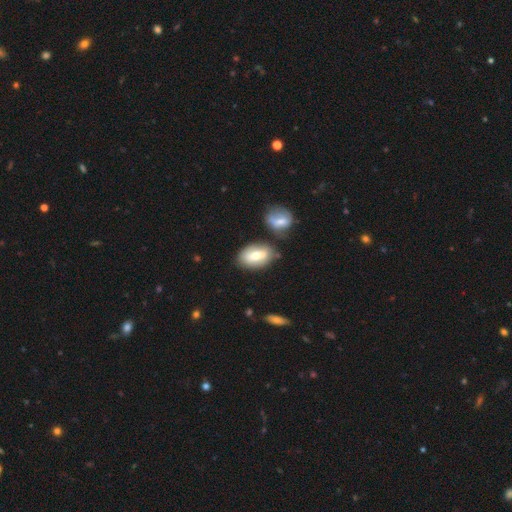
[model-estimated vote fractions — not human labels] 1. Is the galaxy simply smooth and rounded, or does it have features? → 62% smooth, 31% featured or disk, 7% star or artifact.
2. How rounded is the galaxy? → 87% in between, 10% round, 2% cigar-shaped.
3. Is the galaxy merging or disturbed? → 64% none, 16% merger, 15% minor disturbance, 4% major disturbance.